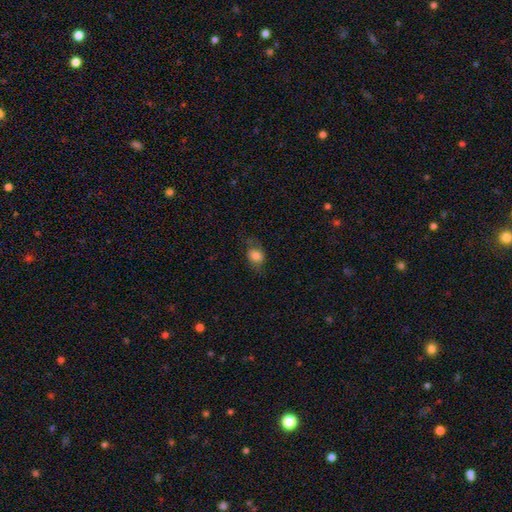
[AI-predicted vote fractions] Smooth or featured? smooth (75%)
How rounded? in between (60%)
Merging? none (67%)